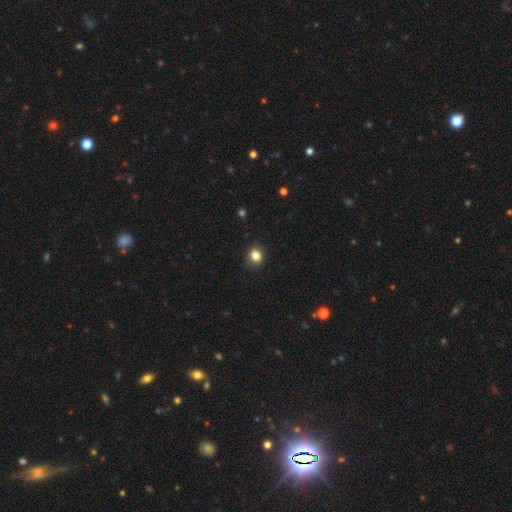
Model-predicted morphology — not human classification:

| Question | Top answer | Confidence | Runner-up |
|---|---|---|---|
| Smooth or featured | smooth | 83% | star or artifact (11%) |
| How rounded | round | 68% | in between (31%) |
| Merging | none | 88% | minor disturbance (9%) |